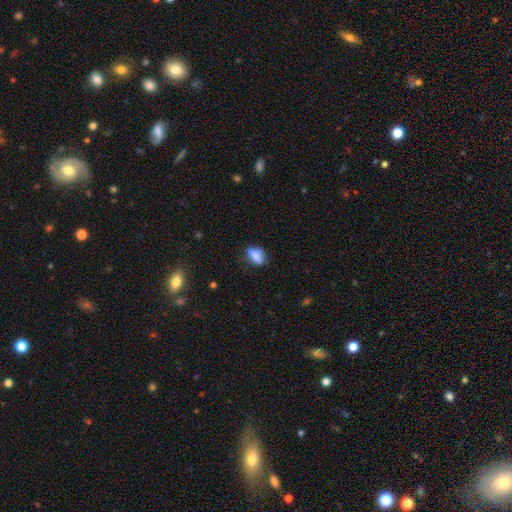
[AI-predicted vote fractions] Q: Smooth or featured?
A: smooth (79%); runner-up: featured or disk (13%)
Q: How rounded?
A: in between (81%); runner-up: cigar-shaped (11%)
Q: Merging?
A: none (72%); runner-up: minor disturbance (21%)